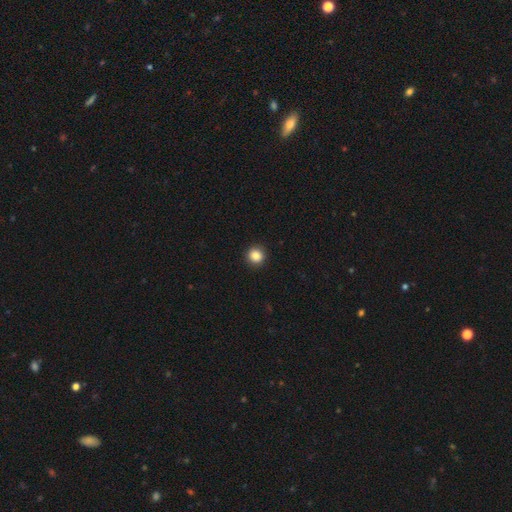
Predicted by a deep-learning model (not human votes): Smooth or featured?
  - smooth: 86% *
  - star or artifact: 10%
  - featured or disk: 4%
How rounded?
  - round: 93% *
  - in between: 6%
  - cigar-shaped: 1%
Merging?
  - none: 92% *
  - minor disturbance: 5%
  - major disturbance: 2%
  - merger: 1%